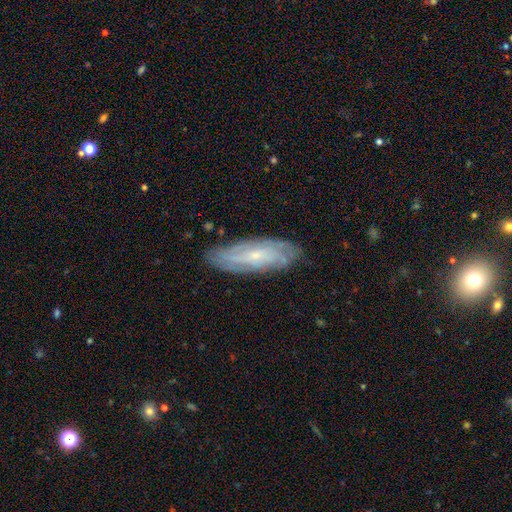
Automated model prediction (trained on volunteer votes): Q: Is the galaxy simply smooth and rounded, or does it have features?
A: featured or disk — 71%.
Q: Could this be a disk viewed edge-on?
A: no — 81%.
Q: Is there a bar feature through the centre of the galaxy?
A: no — 55%.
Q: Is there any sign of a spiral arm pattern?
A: yes — 88%.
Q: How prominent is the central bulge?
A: small — 76%.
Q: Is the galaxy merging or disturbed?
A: none — 82%.